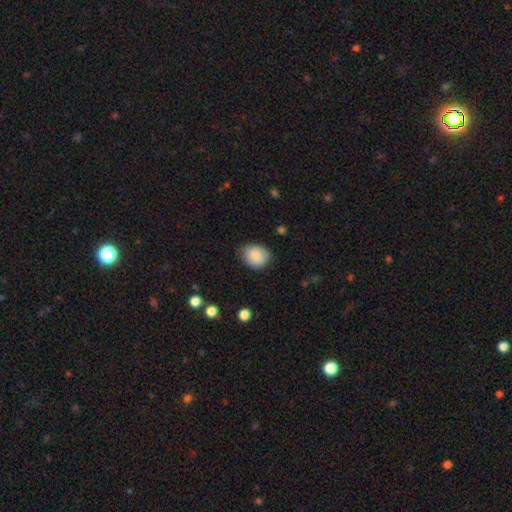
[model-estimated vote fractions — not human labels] smooth 86%, star or artifact 7%, featured or disk 7%. Down the decision tree: how rounded — round (53%); merging — none (75%).